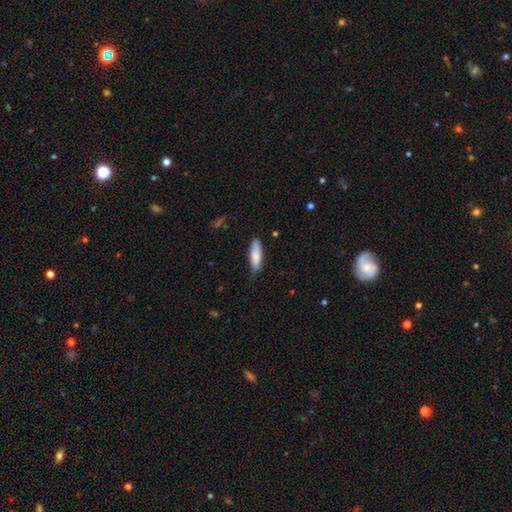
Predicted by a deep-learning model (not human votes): The model was most divided on "how rounded": cigar-shaped: 54%, in between: 45%, round: 2%. More confident: smooth or featured — smooth (81%); merging — none (72%).